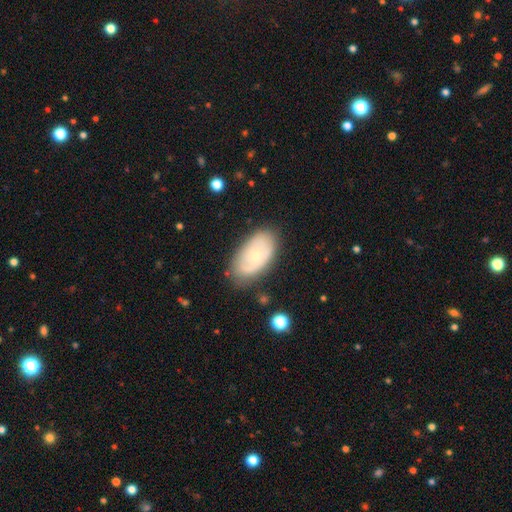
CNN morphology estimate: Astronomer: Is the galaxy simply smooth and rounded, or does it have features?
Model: smooth — 50% (runner-up: featured or disk, 43%).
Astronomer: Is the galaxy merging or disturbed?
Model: none — 74%.